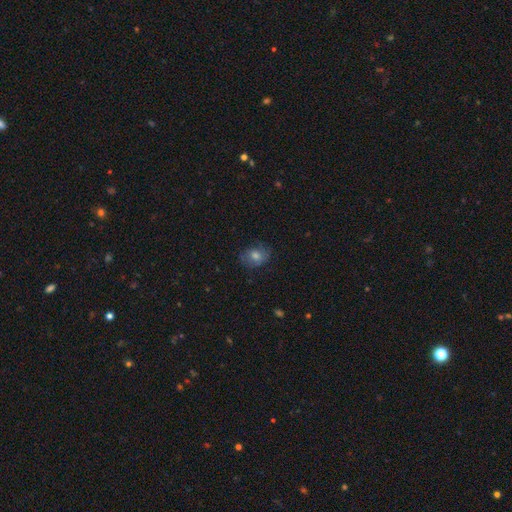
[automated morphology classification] smooth_or_featured: smooth (p=0.64) [alt: featured or disk p=0.22]
how_rounded: in between (p=0.58) [alt: round p=0.41]
merging: none (p=0.77) [alt: minor disturbance p=0.17]